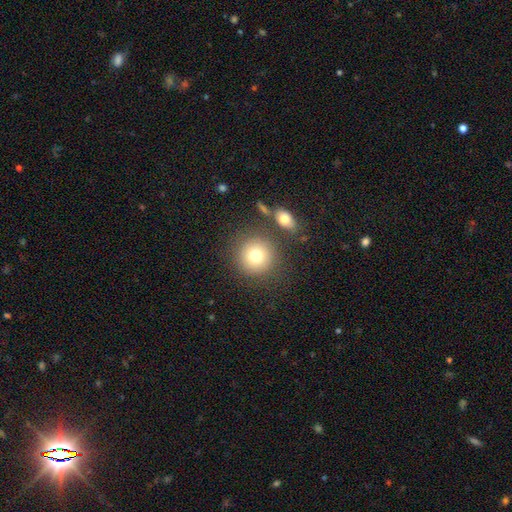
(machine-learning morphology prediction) A smooth galaxy with no disk features (77%) that is round (92%). Merging: none (79%).